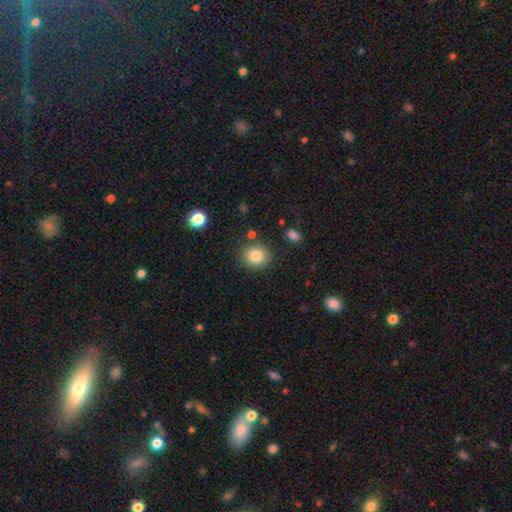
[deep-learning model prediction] This appears to be a smooth galaxy with no disk features (83%) that is round (73%). Merging: none (85%).